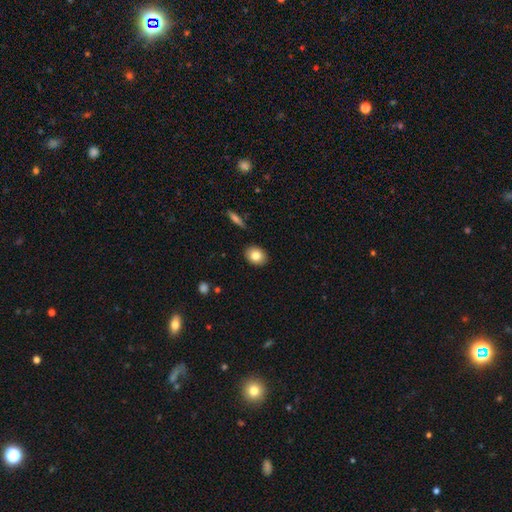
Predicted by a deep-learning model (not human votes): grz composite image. It shows a smooth galaxy with no disk features (81%) that is in between round and cigar-shaped (61%). Merging: none (89%).